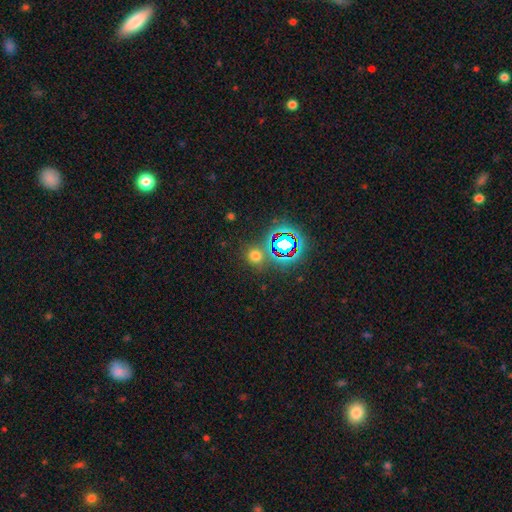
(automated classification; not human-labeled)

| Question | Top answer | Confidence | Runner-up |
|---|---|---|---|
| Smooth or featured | smooth | 57% | star or artifact (36%) |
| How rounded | round | 84% | in between (15%) |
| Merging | none | 80% | minor disturbance (9%) |